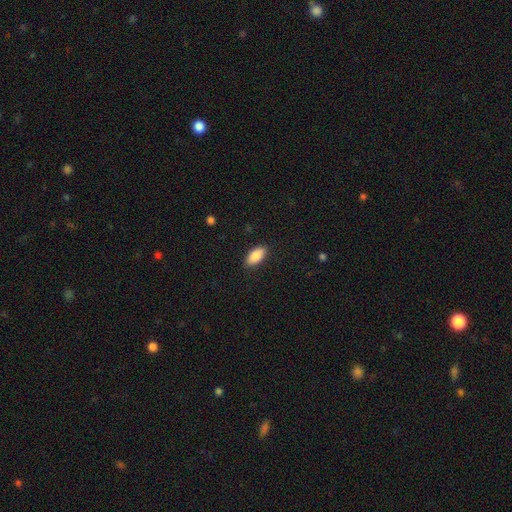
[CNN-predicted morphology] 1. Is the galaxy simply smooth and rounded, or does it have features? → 88% smooth, 6% star or artifact, 5% featured or disk.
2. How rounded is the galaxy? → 90% in between, 7% cigar-shaped, 2% round.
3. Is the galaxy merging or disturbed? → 88% none, 9% minor disturbance, 2% major disturbance, 1% merger.